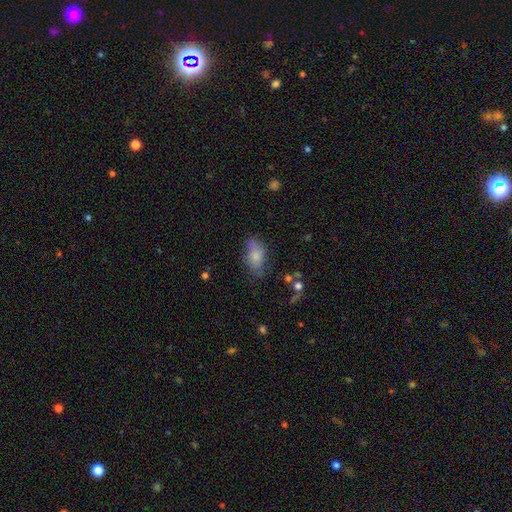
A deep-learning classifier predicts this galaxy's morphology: A smooth galaxy with no disk features (75%) that is in between round and cigar-shaped (90%). Merging: none (55%).